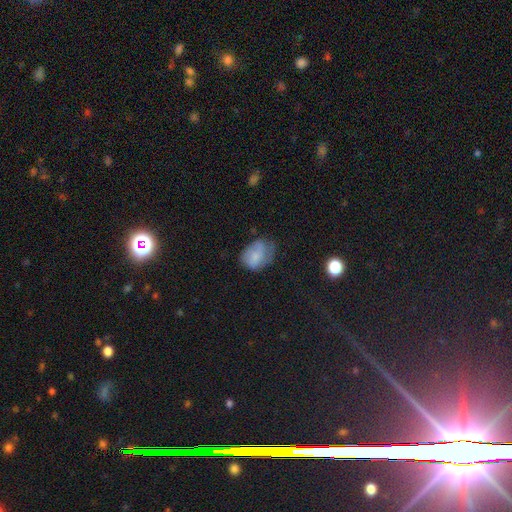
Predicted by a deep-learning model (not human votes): This is likely a smooth galaxy (71%). How rounded: likely in between (68%). Merging: marginally none (44%).